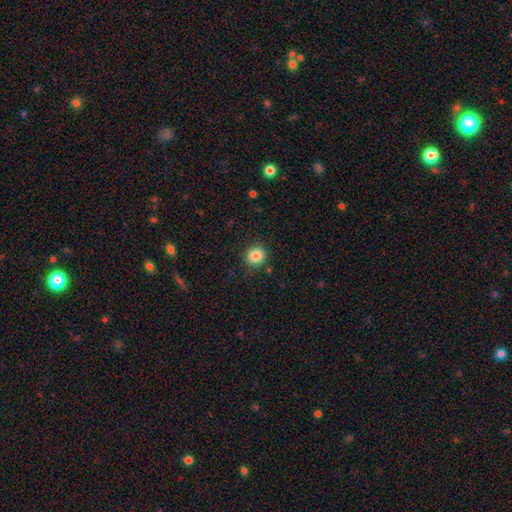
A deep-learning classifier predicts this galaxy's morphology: This is clearly a smooth galaxy (84%). How rounded: clearly round (89%). Merging: clearly none (88%).